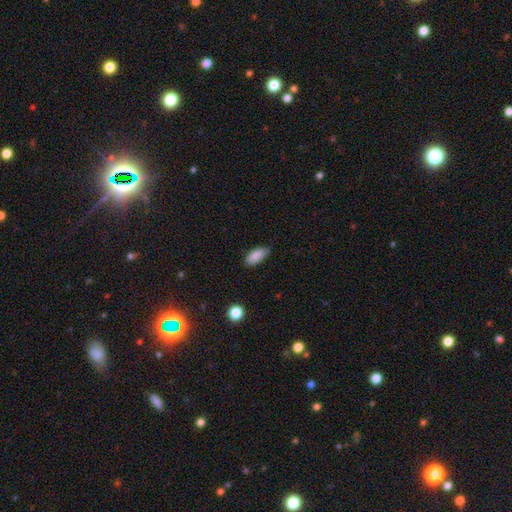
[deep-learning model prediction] smooth 88%, star or artifact 8%, featured or disk 4%. Down the decision tree: how rounded — in between (89%); merging — none (81%).